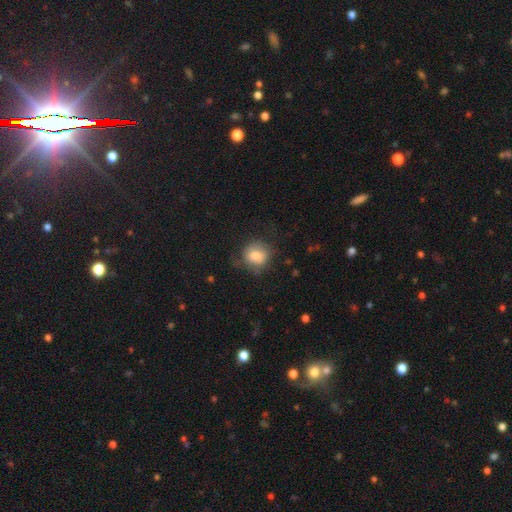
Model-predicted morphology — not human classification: Smooth or featured? smooth (79%)
How rounded? round (84%)
Merging? none (68%)